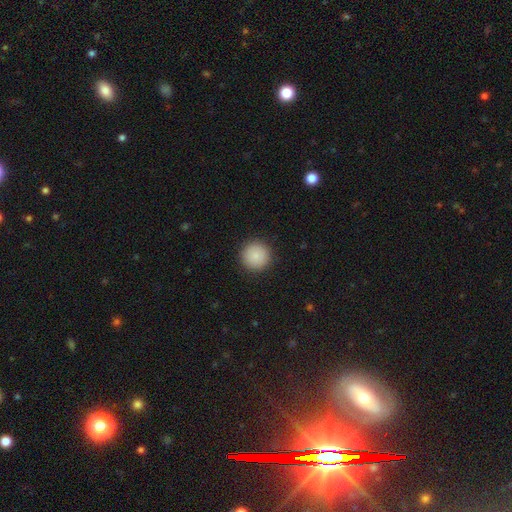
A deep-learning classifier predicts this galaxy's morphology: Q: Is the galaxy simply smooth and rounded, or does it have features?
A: smooth — 88%.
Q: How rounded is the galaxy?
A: round — 96%.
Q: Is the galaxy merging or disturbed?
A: none — 92%.